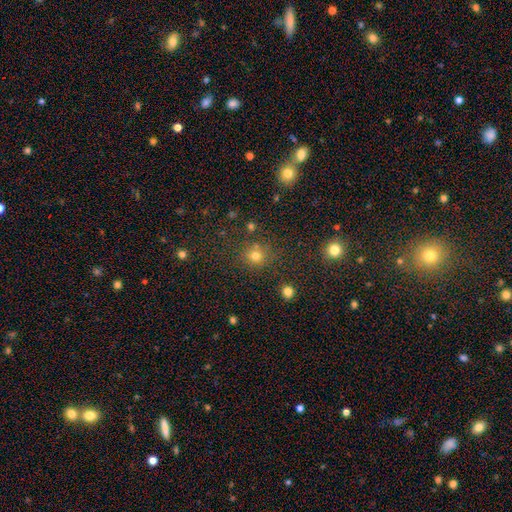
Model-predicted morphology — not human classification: Smooth or featured?
  - smooth: 72% *
  - star or artifact: 21%
  - featured or disk: 7%
How rounded?
  - round: 87% *
  - in between: 12%
  - cigar-shaped: 1%
Merging?
  - none: 76% *
  - minor disturbance: 11%
  - merger: 9%
  - major disturbance: 5%